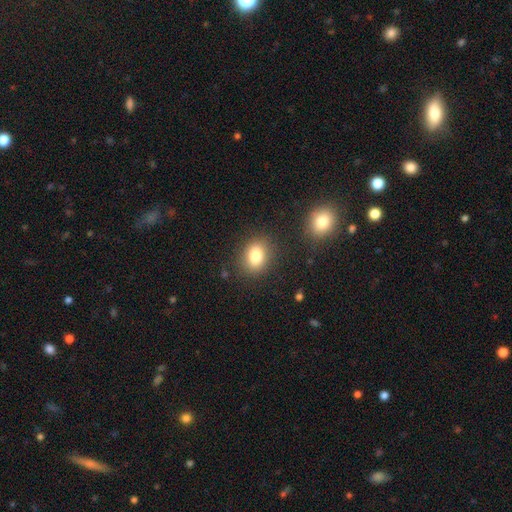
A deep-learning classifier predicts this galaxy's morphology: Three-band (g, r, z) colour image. It shows a smooth galaxy with no disk features (81%) that is in between round and cigar-shaped (59%). Merging: none (85%).